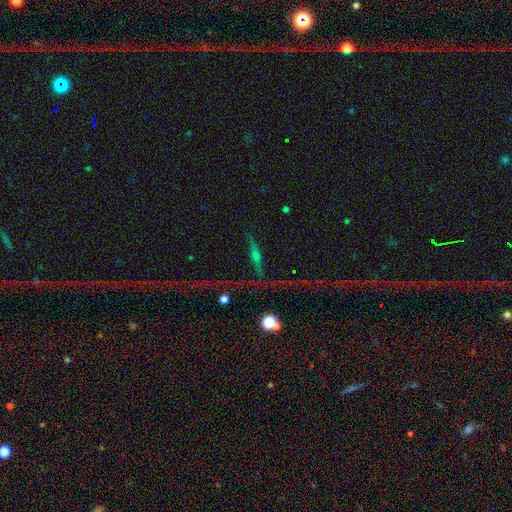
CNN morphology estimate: Smooth or featured? featured or disk (62%)
Edge-on disk? yes (85%)
Edge-on bulge? rounded (84%)
Merging? none (73%)